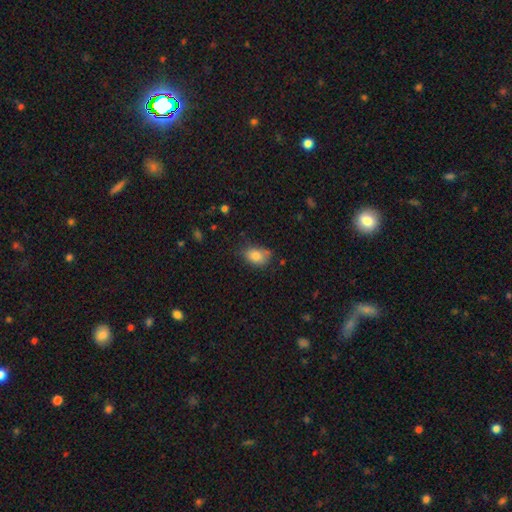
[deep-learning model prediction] smooth 84%, star or artifact 9%, featured or disk 8%. Down the decision tree: how rounded — in between (79%); merging — none (63%).